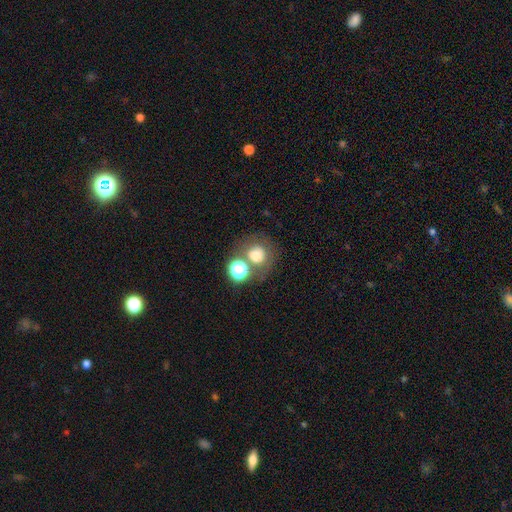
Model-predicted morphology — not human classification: smooth 67%, star or artifact 18%, featured or disk 15%. Down the decision tree: how rounded — round (81%); merging — none (53%).